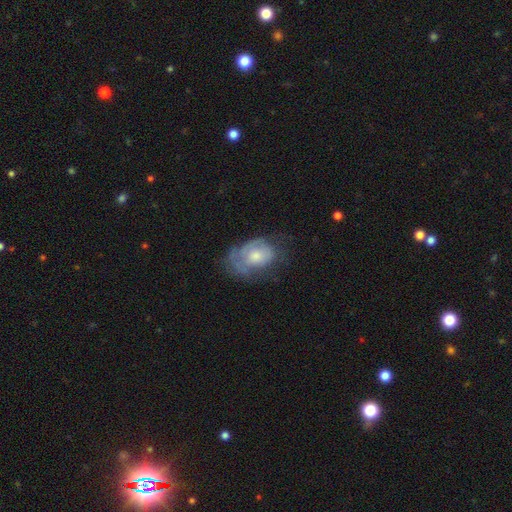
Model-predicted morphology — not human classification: This appears to be a featured or disk galaxy (48%). Merging: none (39%).